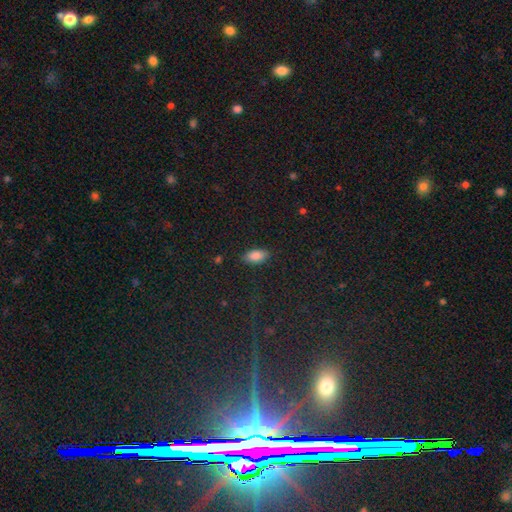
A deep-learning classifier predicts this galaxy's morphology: smooth-or-featured: smooth: 86% | star or artifact: 8% | featured or disk: 6%
  how-rounded: in between: 91% | cigar-shaped: 6% | round: 3%
  merging: none: 86% | minor disturbance: 10% | major disturbance: 3% | merger: 1%